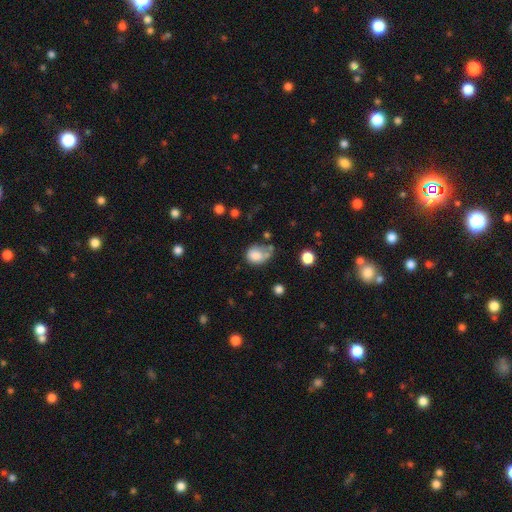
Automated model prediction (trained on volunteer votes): Overall: smooth (80%). How rounded: round (57%; in between 42%). Merging: none (39%; minor disturbance 26%).